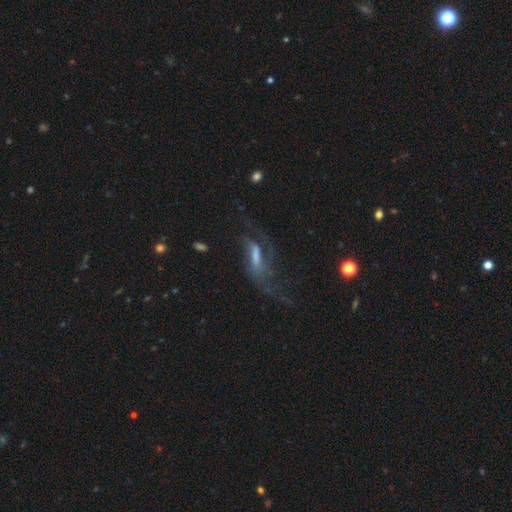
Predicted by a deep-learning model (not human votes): This is likely a featured or disk galaxy (71%). It is clearly not viewed edge-on (85%). Bar: marginally weak (40%). Spiral arm pattern: clearly yes (83%). Spiral arm count: possibly 2 (58%). Spiral winding: likely loose (65%). Central bulge: marginally moderate (33%). Merging: marginally major disturbance (40%).